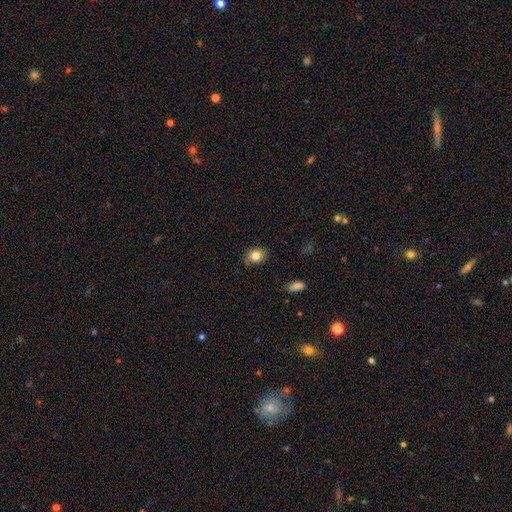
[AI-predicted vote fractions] Smooth or featured: smooth — 82% (star or artifact — 9%)
How rounded: in between — 60% (round — 39%)
Merging: none — 81% (minor disturbance — 15%)